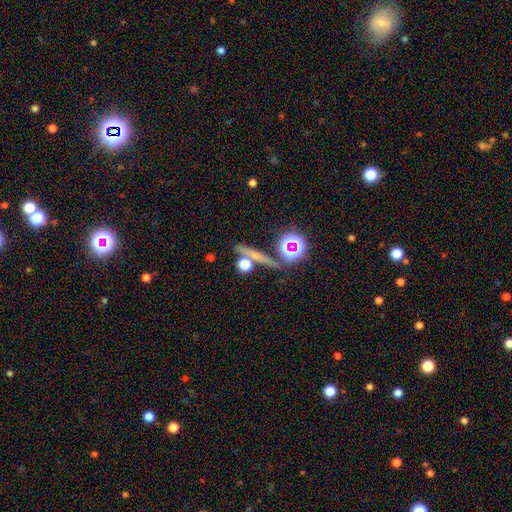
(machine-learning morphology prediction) A smooth galaxy with no disk features (36%).

Vote fractions:
- Smooth or featured? smooth: 36% / star or artifact: 32% / featured or disk: 32%
- Merging? none: 76% / merger: 11% / minor disturbance: 9% / major disturbance: 5%